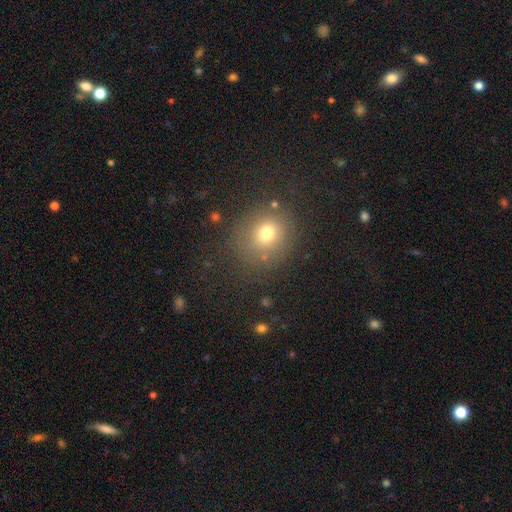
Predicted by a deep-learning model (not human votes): The model was most divided on "smooth or featured": smooth: 64%, star or artifact: 28%, featured or disk: 9%. More confident: merging — none (87%); how rounded — round (83%).